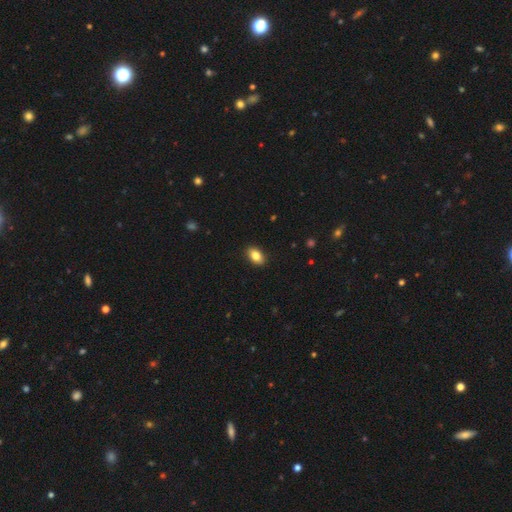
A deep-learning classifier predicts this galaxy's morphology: Smooth or featured?
  - smooth: 84% *
  - star or artifact: 8%
  - featured or disk: 8%
How rounded?
  - in between: 88% *
  - round: 11%
  - cigar-shaped: 2%
Merging?
  - none: 90% *
  - minor disturbance: 8%
  - major disturbance: 2%
  - merger: 1%